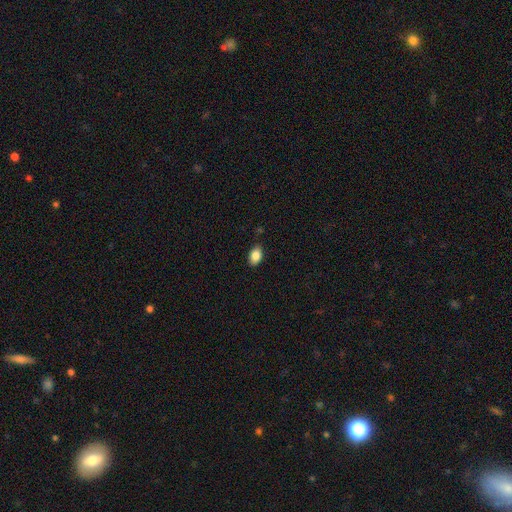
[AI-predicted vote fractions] The model was most divided on "merging": none: 85%, minor disturbance: 11%, major disturbance: 2%, merger: 1%. More confident: how rounded — in between (88%); smooth or featured — smooth (87%).